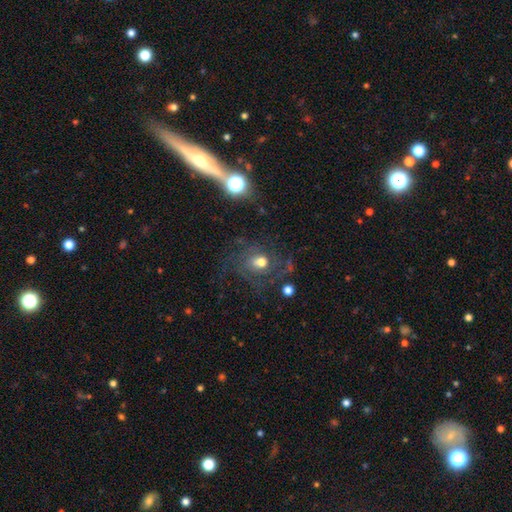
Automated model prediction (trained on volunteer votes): Smooth or featured? Predicted: featured or disk (p=0.57). Edge-on disk? Predicted: no (p=0.79). Merging? Predicted: none (p=0.64).